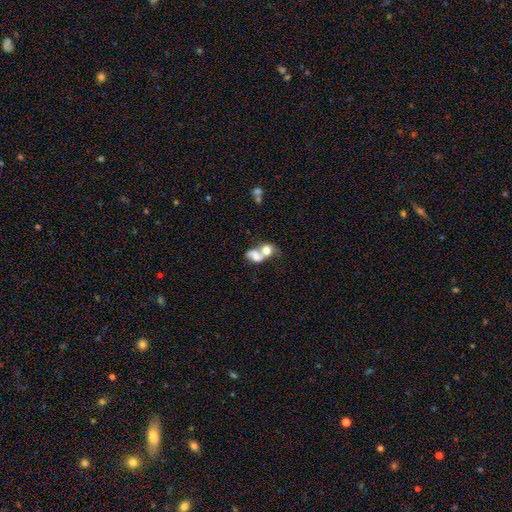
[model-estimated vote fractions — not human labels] Overall: smooth (58%; featured or disk 32%). How rounded: in between (63%; round 35%). Merging: merger (74%).